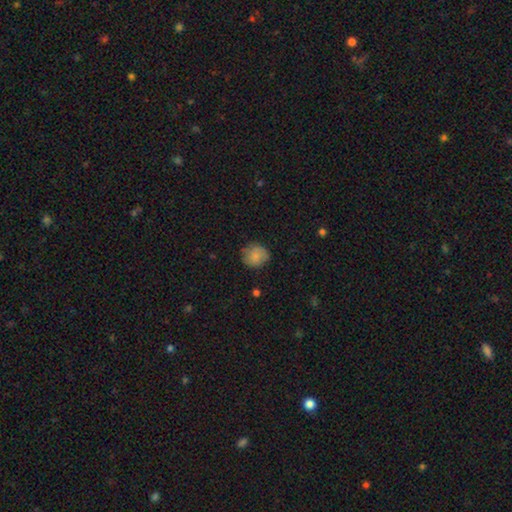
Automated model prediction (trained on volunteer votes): Smooth or featured?
  - smooth: 76% *
  - featured or disk: 16%
  - star or artifact: 8%
How rounded?
  - round: 85% *
  - in between: 14%
  - cigar-shaped: 1%
Merging?
  - none: 75% *
  - minor disturbance: 19%
  - major disturbance: 4%
  - merger: 1%